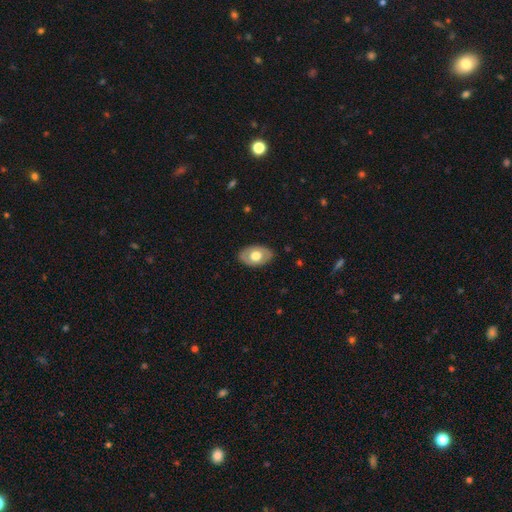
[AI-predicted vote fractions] Overall: smooth (55%; featured or disk 40%). How rounded: in between (87%). Merging: none (83%).